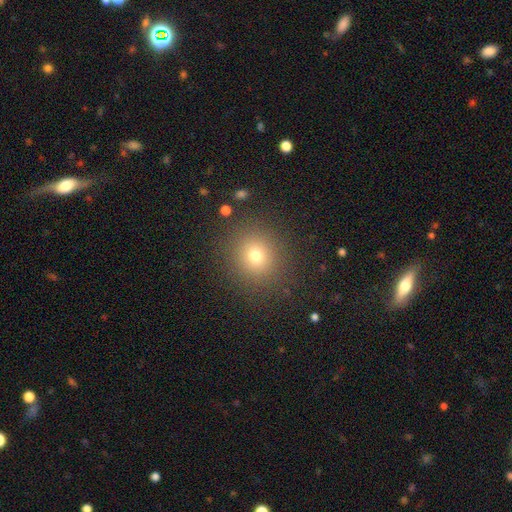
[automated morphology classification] Q: Smooth or featured?
A: smooth (72%); runner-up: star or artifact (19%)
Q: How rounded?
A: round (89%); runner-up: in between (10%)
Q: Merging?
A: none (88%); runner-up: minor disturbance (7%)